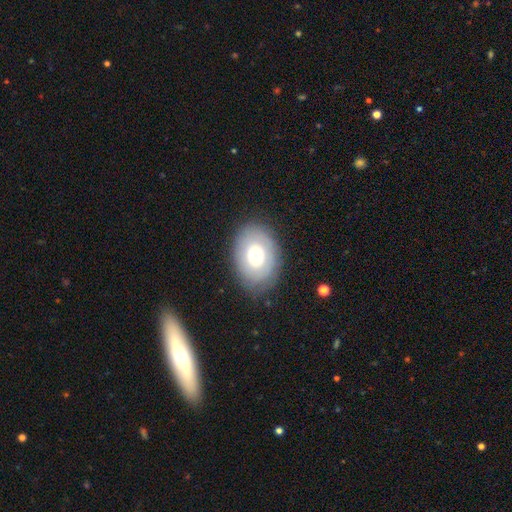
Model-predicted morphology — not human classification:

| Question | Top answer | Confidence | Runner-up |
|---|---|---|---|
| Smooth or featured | smooth | 65% | featured or disk (27%) |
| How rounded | in between | 70% | round (29%) |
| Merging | none | 81% | minor disturbance (13%) |